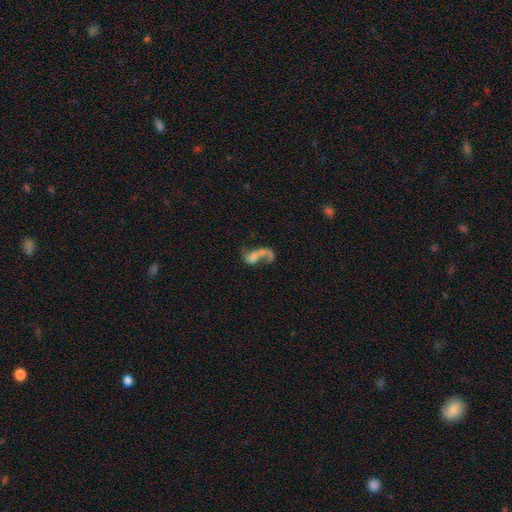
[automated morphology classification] Smooth or featured? featured or disk (61%)
Edge-on disk? no (97%)
Bar? no (67%)
Spiral arms? yes (65%)
Bulge size? none (55%)
Merging? major disturbance (32%, tied with merger)